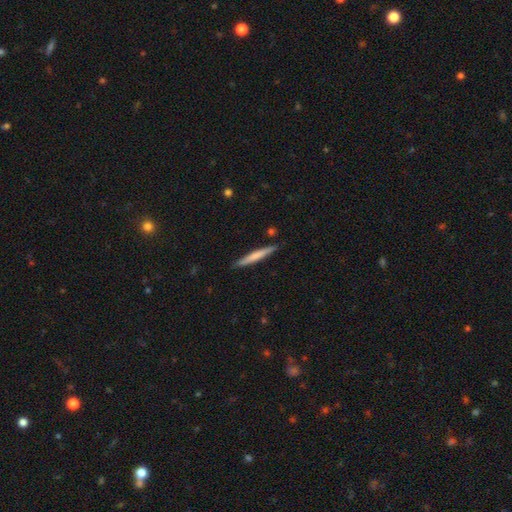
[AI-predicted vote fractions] Overall: smooth (63%; featured or disk 32%). How rounded: cigar-shaped (96%). Merging: none (88%).